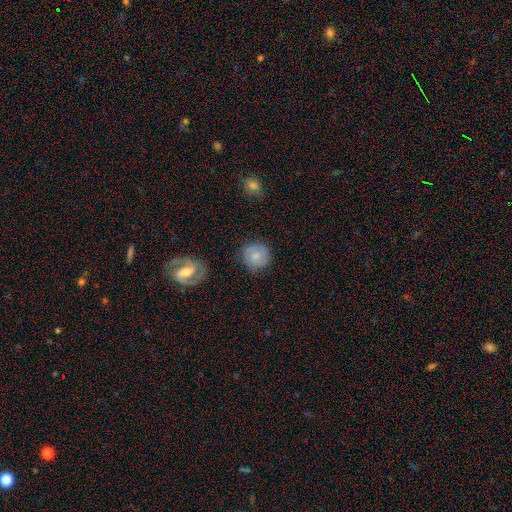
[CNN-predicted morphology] A smooth galaxy with no disk features (65%) that is round (90%).

Vote fractions:
- Smooth or featured? smooth: 65% / featured or disk: 27% / star or artifact: 8%
- How rounded? round: 90% / in between: 9% / cigar-shaped: 1%
- Merging? none: 79% / minor disturbance: 15% / major disturbance: 4% / merger: 2%